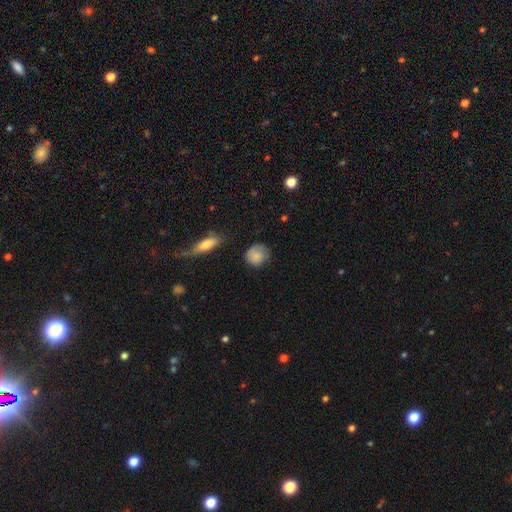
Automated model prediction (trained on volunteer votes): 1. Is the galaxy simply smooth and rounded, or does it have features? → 82% smooth, 10% featured or disk, 8% star or artifact.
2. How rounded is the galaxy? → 79% round, 20% in between, 2% cigar-shaped.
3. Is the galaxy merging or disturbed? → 66% none, 25% minor disturbance, 7% major disturbance, 2% merger.